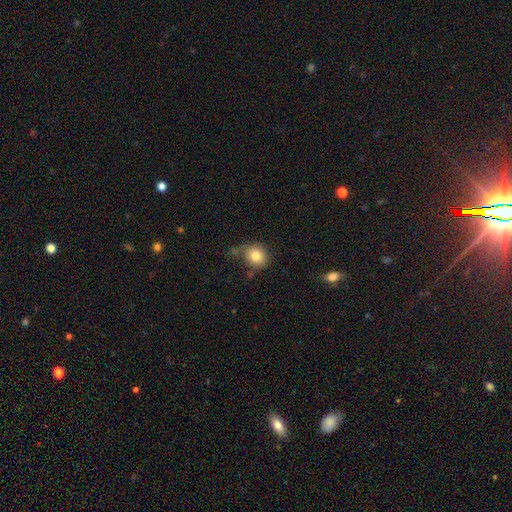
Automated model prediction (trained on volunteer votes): Smooth or featured?
  - smooth: 81% *
  - star or artifact: 10%
  - featured or disk: 9%
How rounded?
  - round: 77% *
  - in between: 22%
  - cigar-shaped: 1%
Merging?
  - none: 62% *
  - minor disturbance: 23%
  - merger: 8%
  - major disturbance: 7%